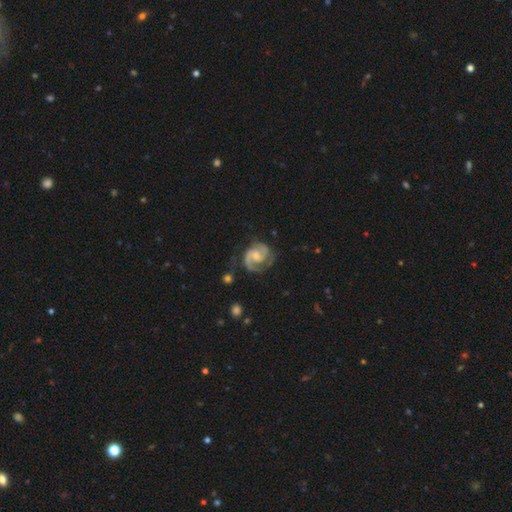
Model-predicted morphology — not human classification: Overall: featured or disk (88%). Edge-on disk: no (98%). Bar: no (50%; weak 42%). Spiral arms: yes (97%). Spiral arm count: 2 (85%). Spiral winding: medium (52%; tight 35%). Bulge size: moderate (47%; small 43%). Merging: none (67%).